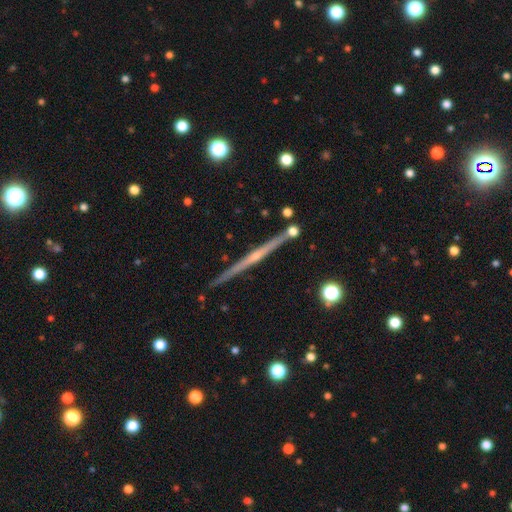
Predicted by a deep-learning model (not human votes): featured or disk 82%, smooth 11%, star or artifact 7%. Down the decision tree: edge-on disk — yes (98%); edge-on bulge — rounded (67%); merging — none (90%).